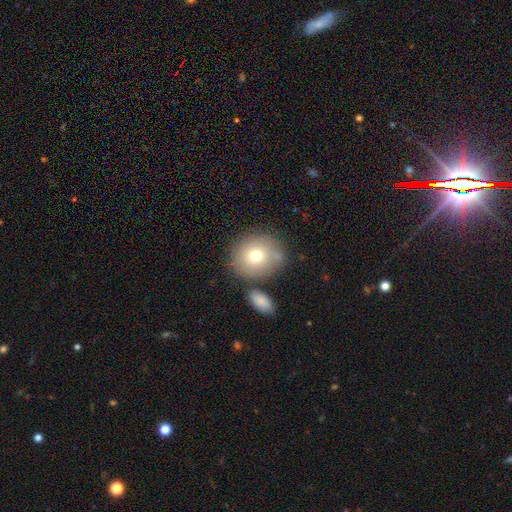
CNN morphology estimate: The model was most divided on "smooth or featured": smooth: 73%, featured or disk: 16%, star or artifact: 11%. More confident: how rounded — round (81%); merging — none (71%).